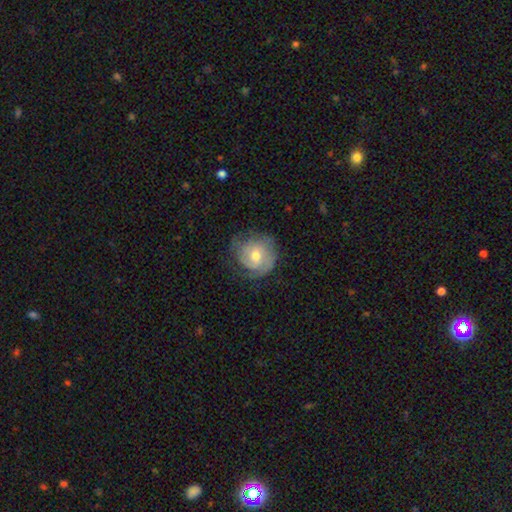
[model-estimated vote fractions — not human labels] This is possibly a featured or disk galaxy (60%). It is clearly not viewed edge-on (97%). Bar: likely no (66%). Spiral arm pattern: clearly yes (84%). Central bulge: likely moderate (66%). Merging: likely none (62%).